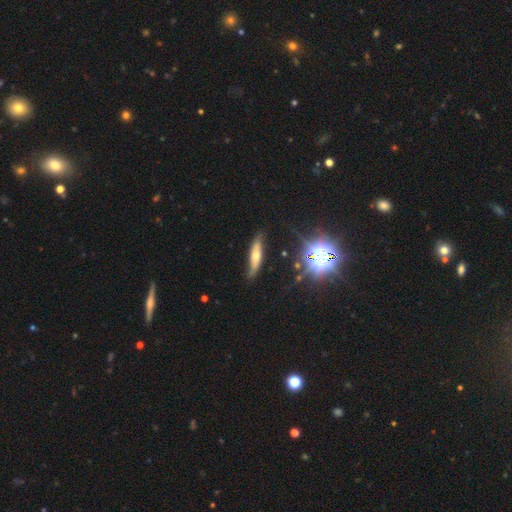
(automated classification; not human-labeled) Smooth or featured?
  - featured or disk: 48% *
  - smooth: 37%
  - star or artifact: 15%
Merging?
  - none: 72% *
  - minor disturbance: 20%
  - major disturbance: 5%
  - merger: 2%